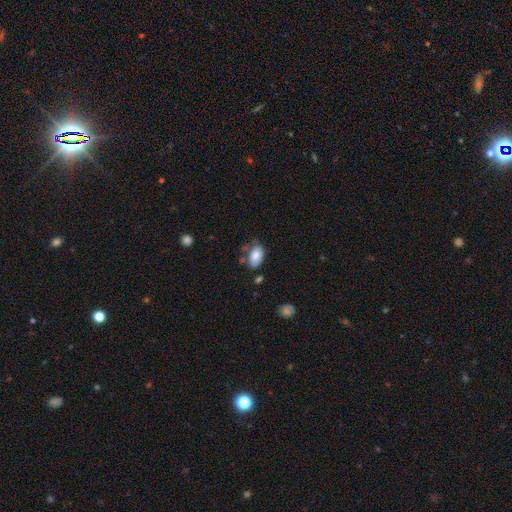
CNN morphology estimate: This appears to be a smooth galaxy with no disk features (78%) that is in between round and cigar-shaped (91%). Merging: none (50%).